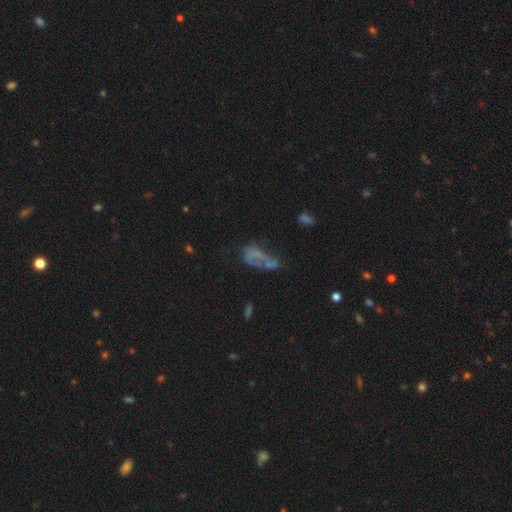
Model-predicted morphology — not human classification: Q: Smooth or featured?
A: featured or disk (44%); runner-up: smooth (36%)
Q: Merging?
A: major disturbance (39%); runner-up: none (25%)